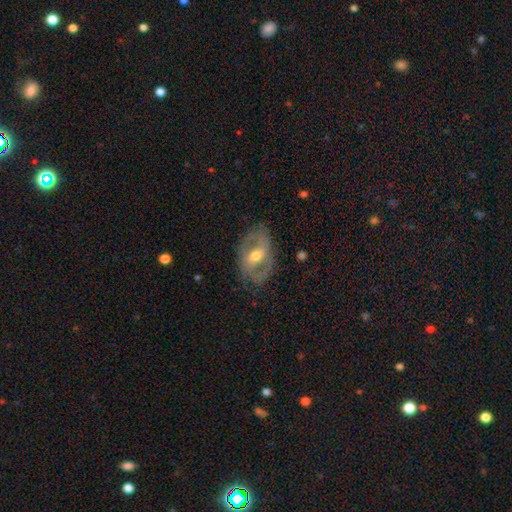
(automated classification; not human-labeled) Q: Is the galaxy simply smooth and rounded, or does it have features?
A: featured or disk — 77%.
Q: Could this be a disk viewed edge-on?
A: no — 94%.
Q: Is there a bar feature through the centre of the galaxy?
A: weak — 42%.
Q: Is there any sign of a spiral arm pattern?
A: yes — 79%.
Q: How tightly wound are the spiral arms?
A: medium — 44%.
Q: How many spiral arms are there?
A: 2 — 73%.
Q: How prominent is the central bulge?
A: moderate — 68%.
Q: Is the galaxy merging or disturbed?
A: none — 73%.